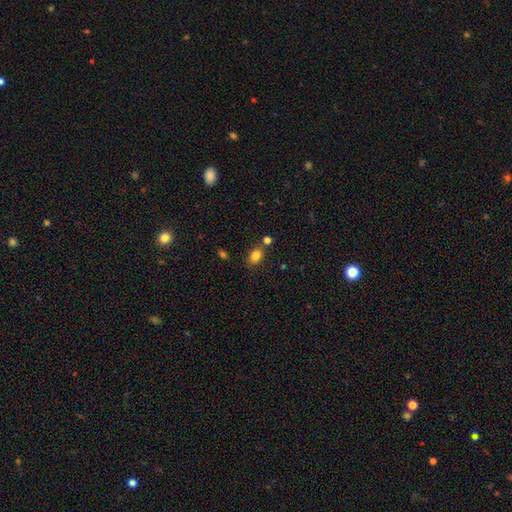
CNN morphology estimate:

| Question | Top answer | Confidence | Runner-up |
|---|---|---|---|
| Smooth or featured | smooth | 82% | star or artifact (11%) |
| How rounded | in between | 71% | round (28%) |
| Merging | none | 73% | minor disturbance (13%) |